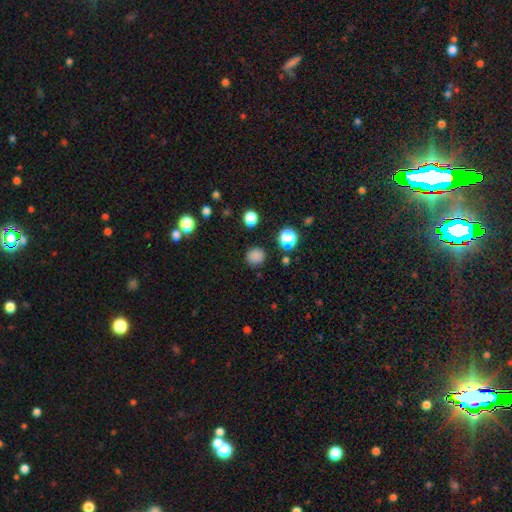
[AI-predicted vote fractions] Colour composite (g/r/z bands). It shows a smooth galaxy with no disk features (81%) that is round (88%). Merging: none (86%).